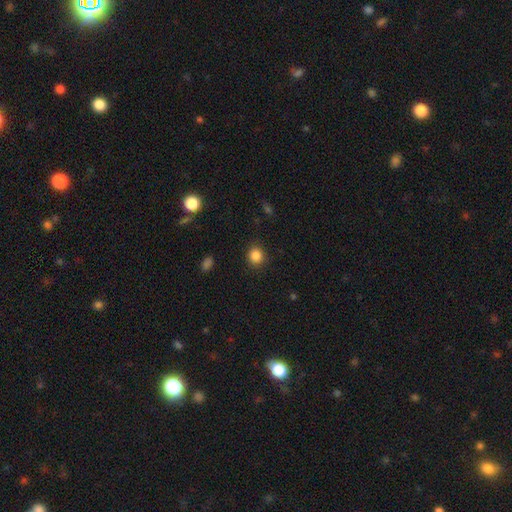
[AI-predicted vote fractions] smooth-or-featured: smooth: 85% | star or artifact: 11% | featured or disk: 4%
  how-rounded: round: 85% | in between: 14% | cigar-shaped: 1%
  merging: none: 89% | minor disturbance: 7% | major disturbance: 2% | merger: 1%